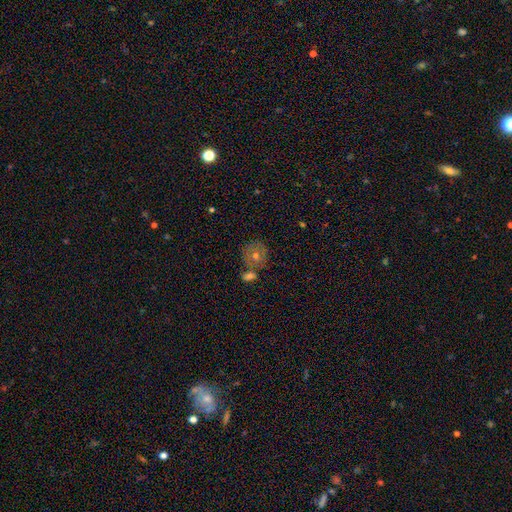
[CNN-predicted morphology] type=smooth (56%); roundness=round (86%); merging=none (65%).